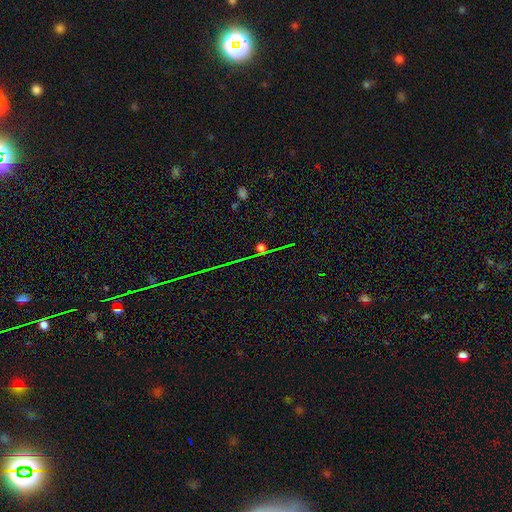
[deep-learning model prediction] Morphology: type=star or artifact (76%).